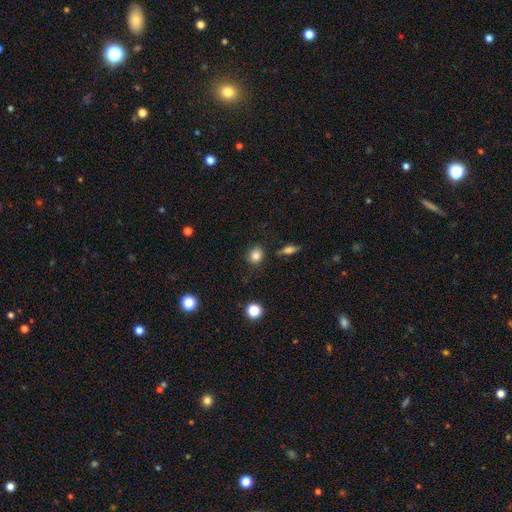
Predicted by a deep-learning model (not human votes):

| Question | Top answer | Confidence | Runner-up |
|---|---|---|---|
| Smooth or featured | smooth | 83% | star or artifact (11%) |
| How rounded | round | 74% | in between (24%) |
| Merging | none | 79% | minor disturbance (14%) |